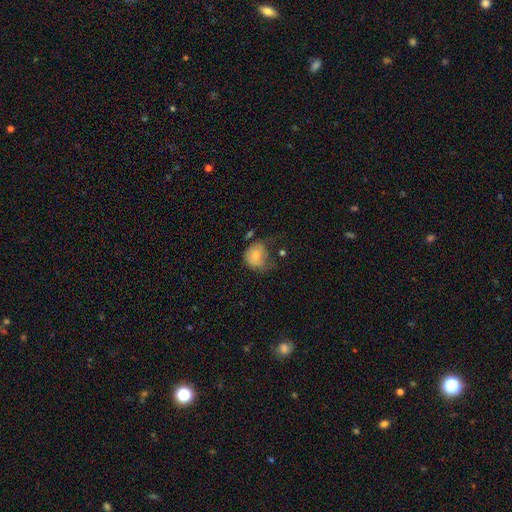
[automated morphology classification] Overall: smooth (72%). How rounded: round (64%; in between 36%). Merging: minor disturbance (33%; major disturbance 31%).